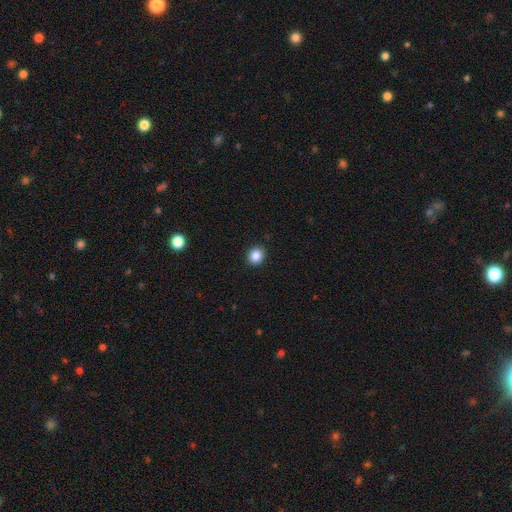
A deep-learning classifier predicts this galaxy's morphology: Smooth or featured: smooth — 87% (star or artifact — 10%)
How rounded: round — 79% (in between — 20%)
Merging: none — 92% (minor disturbance — 5%)